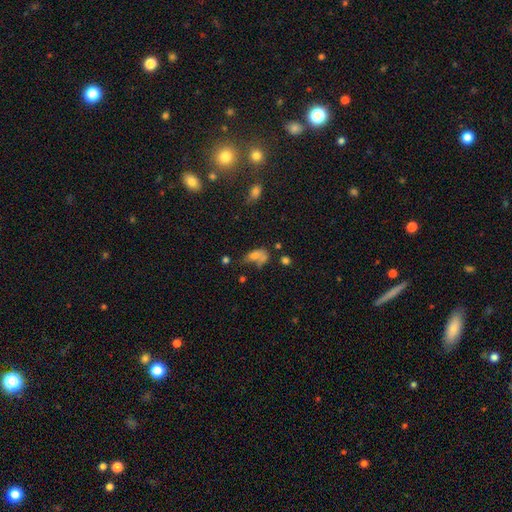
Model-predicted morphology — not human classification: This appears to be a smooth galaxy with no disk features (63%) that is in between round and cigar-shaped (80%). Merging: merger (31%).